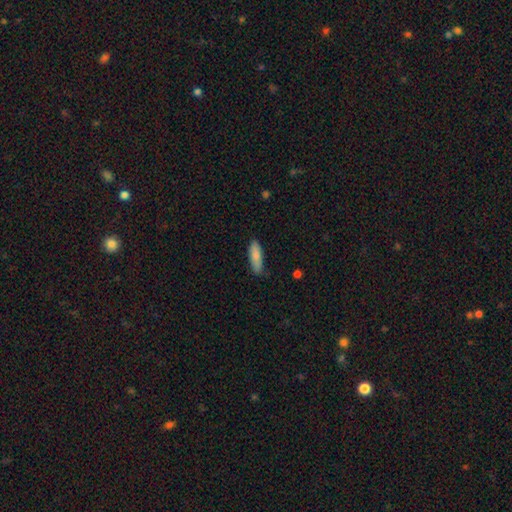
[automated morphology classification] This is clearly a smooth galaxy (87%). How rounded: possibly in between (50%). Merging: likely none (79%).